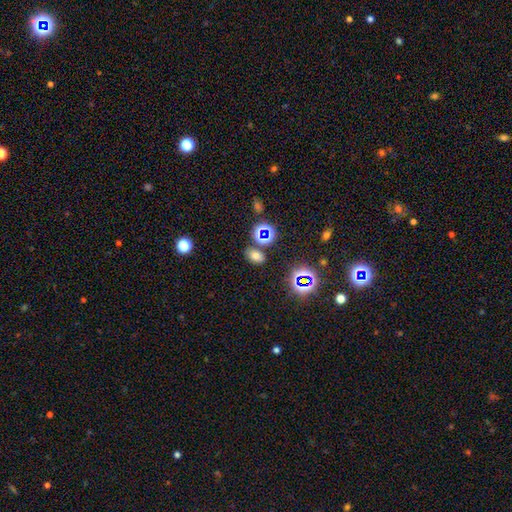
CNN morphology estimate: Smooth or featured: smooth — 66% (star or artifact — 25%)
How rounded: in between — 82% (round — 16%)
Merging: none — 80% (minor disturbance — 9%)